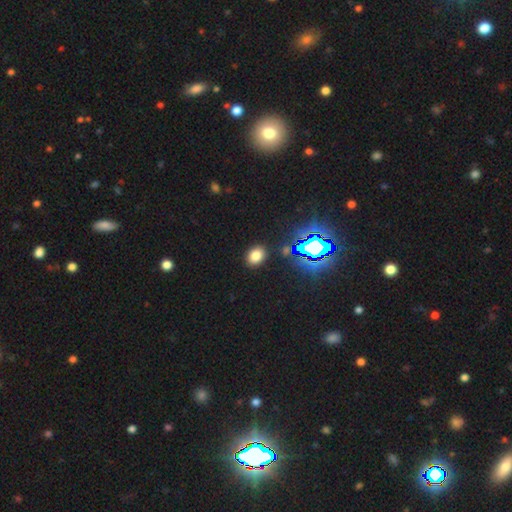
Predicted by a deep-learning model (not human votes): smooth-or-featured: smooth: 73% | star or artifact: 20% | featured or disk: 7%
  how-rounded: in between: 63% | round: 36% | cigar-shaped: 1%
  merging: none: 88% | minor disturbance: 7% | major disturbance: 2% | merger: 2%